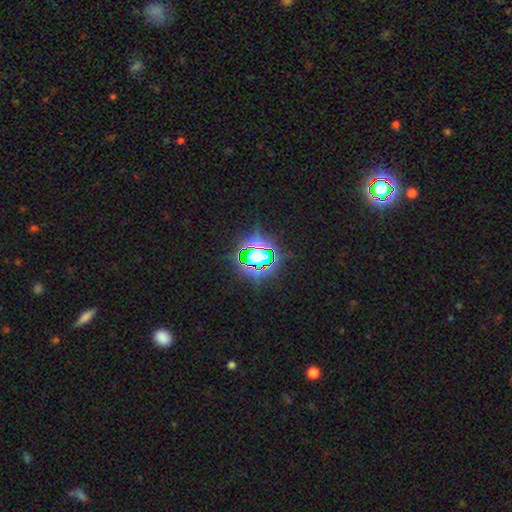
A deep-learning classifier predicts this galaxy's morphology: Overall: star or artifact (71%).